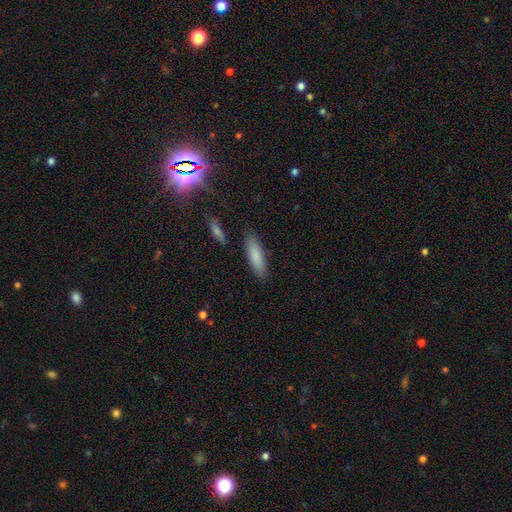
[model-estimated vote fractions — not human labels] Q: Smooth or featured?
A: smooth (85%); runner-up: featured or disk (8%)
Q: How rounded?
A: cigar-shaped (53%); runner-up: in between (45%)
Q: Merging?
A: none (85%); runner-up: minor disturbance (10%)